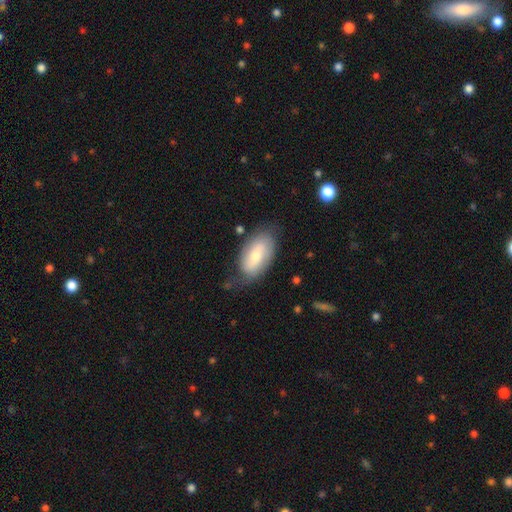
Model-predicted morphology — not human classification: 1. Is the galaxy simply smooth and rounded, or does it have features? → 54% smooth, 39% featured or disk, 7% star or artifact.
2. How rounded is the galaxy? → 93% in between, 4% round, 4% cigar-shaped.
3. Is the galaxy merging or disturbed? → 66% none, 24% minor disturbance, 7% major disturbance, 2% merger.